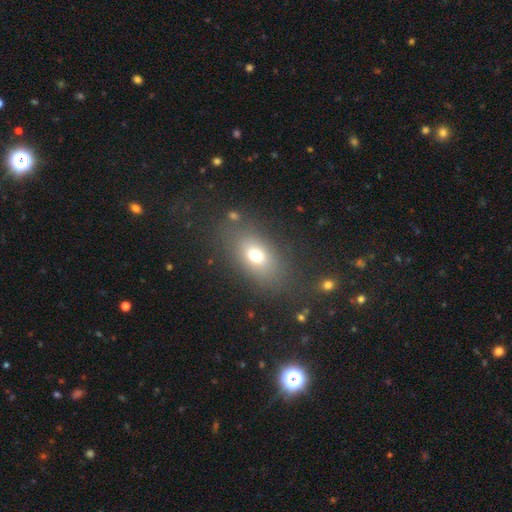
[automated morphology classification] The model was most divided on "smooth or featured": smooth: 71%, featured or disk: 16%, star or artifact: 13%. More confident: how rounded — in between (80%); merging — none (77%).